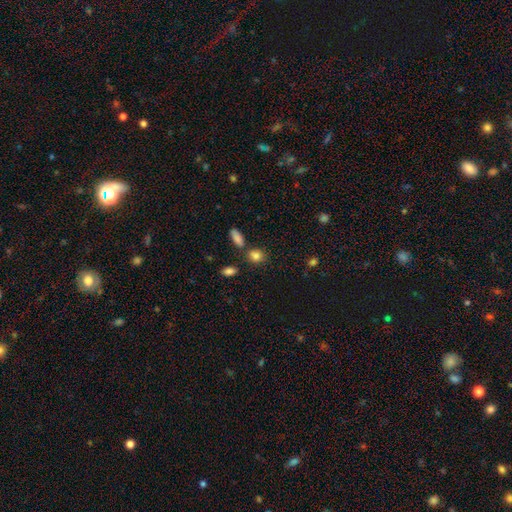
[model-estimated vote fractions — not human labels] Morphology: type=smooth (83%); roundness=round (61%); merging=none (69%).